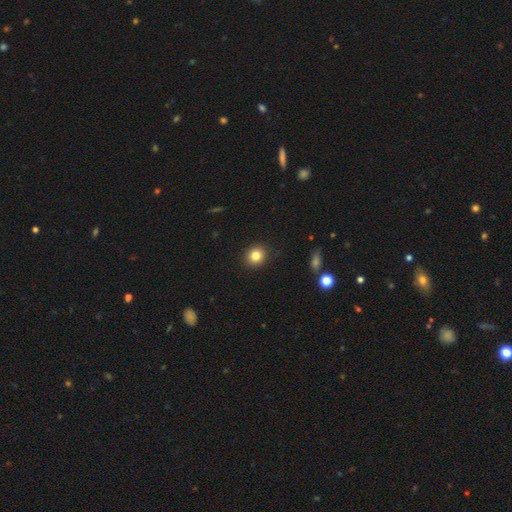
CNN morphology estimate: This is clearly a smooth galaxy (82%). How rounded: clearly round (80%). Merging: clearly none (91%).